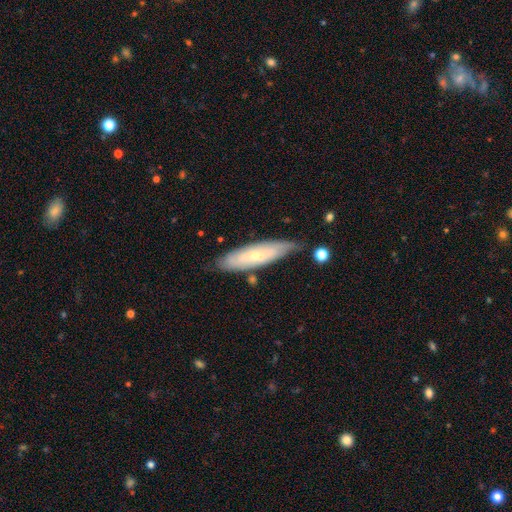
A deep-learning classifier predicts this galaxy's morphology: A featured or disk galaxy (55%).

Vote fractions:
- Smooth or featured? featured or disk: 55% / smooth: 39% / star or artifact: 7%
- Edge-on disk? no: 64% / yes: 36%
- Merging? none: 71% / minor disturbance: 21% / major disturbance: 4% / merger: 4%